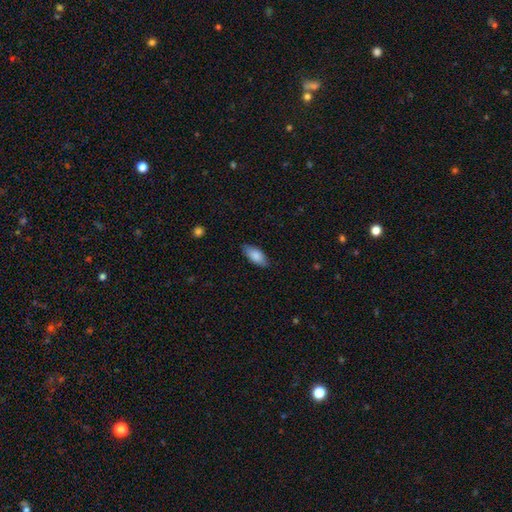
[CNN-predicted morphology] smooth 82%, featured or disk 12%, star or artifact 6%. Down the decision tree: how rounded — in between (85%); merging — none (82%).